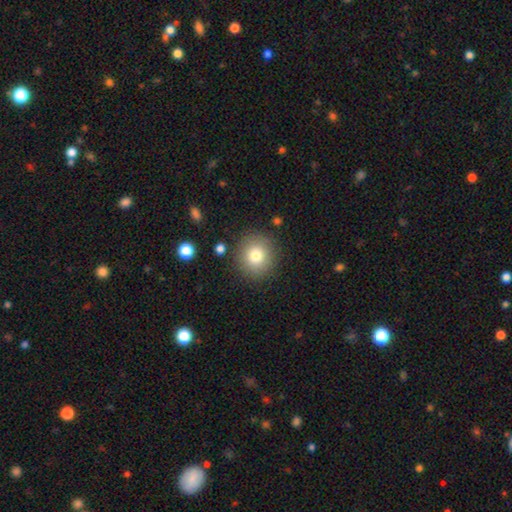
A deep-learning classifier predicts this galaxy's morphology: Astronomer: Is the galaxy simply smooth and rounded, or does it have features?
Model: smooth — 78%.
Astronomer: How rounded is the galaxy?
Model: round — 91%.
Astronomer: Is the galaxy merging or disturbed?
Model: none — 87%.